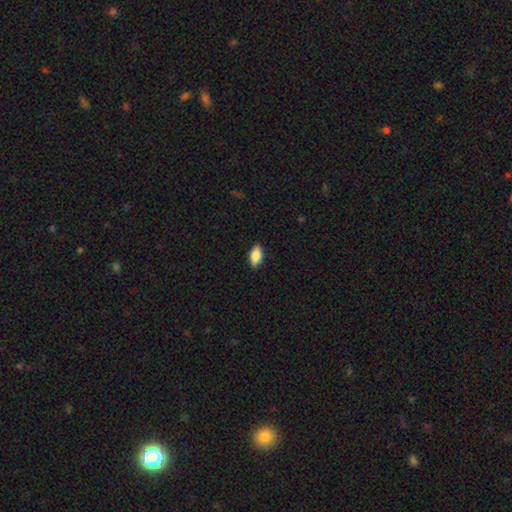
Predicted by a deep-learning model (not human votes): Smooth or featured?
  - smooth: 81% *
  - featured or disk: 12%
  - star or artifact: 7%
How rounded?
  - in between: 89% *
  - cigar-shaped: 8%
  - round: 4%
Merging?
  - none: 87% *
  - minor disturbance: 10%
  - major disturbance: 2%
  - merger: 1%